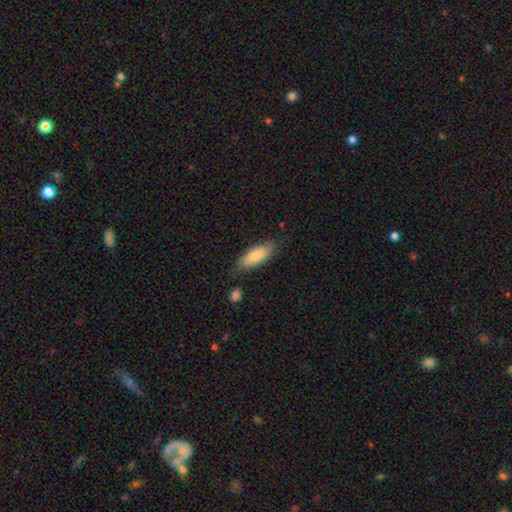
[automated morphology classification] This appears to be a smooth galaxy with no disk features (82%) that is in between round and cigar-shaped (76%). Merging: none (75%).